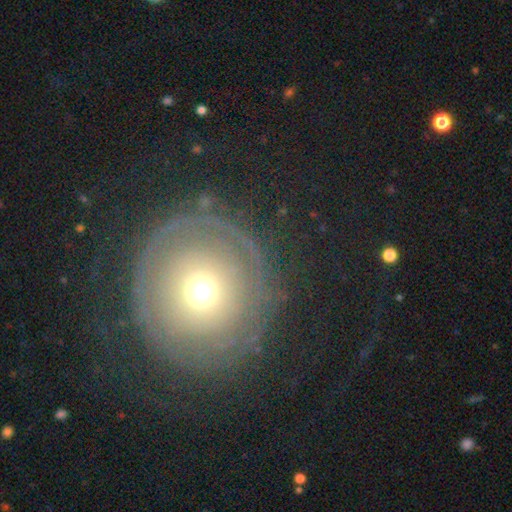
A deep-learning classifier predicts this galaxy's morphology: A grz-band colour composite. It shows a featured or disk galaxy (47%). Merging: none (78%).